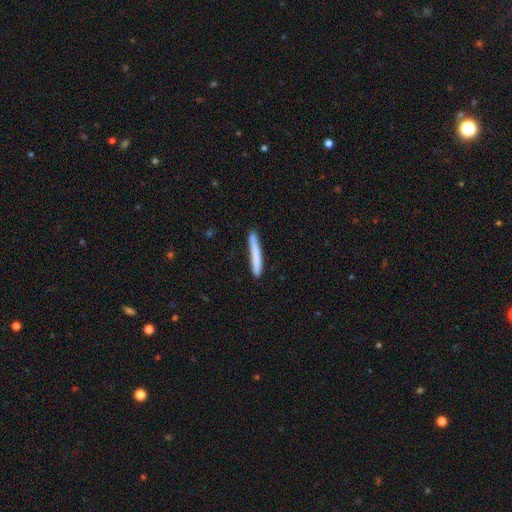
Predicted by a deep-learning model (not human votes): This appears to be a smooth galaxy with no disk features (75%) that is cigar-shaped (96%). Merging: none (84%).